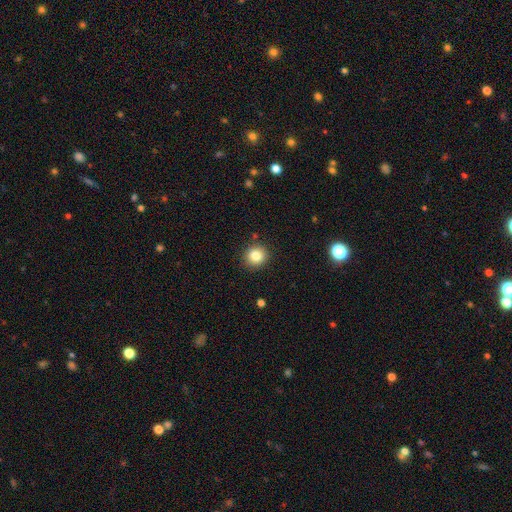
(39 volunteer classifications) This is clearly a smooth galaxy (92%). How rounded: clearly round (92%). Merging: clearly none (92%).